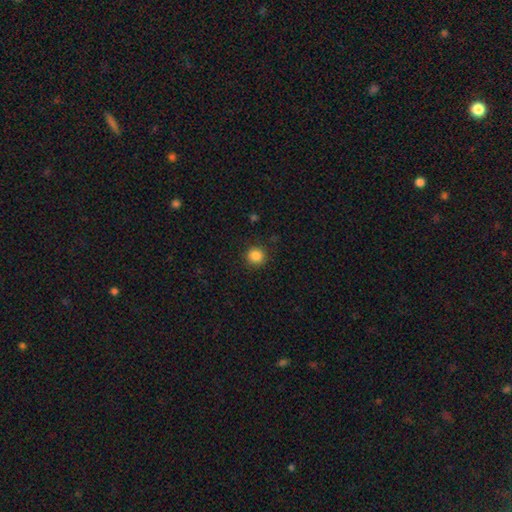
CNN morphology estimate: This is clearly a smooth galaxy (86%). How rounded: clearly round (93%). Merging: clearly none (90%).